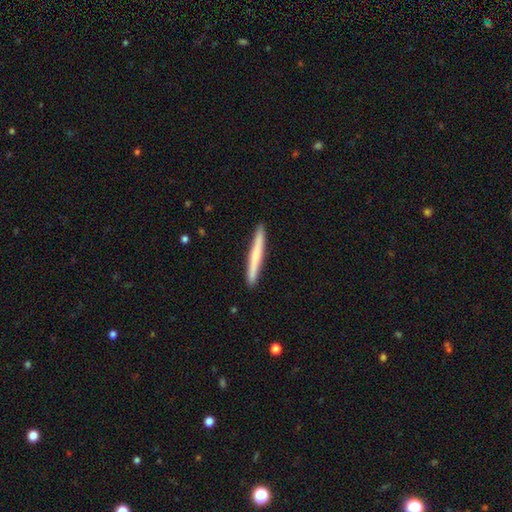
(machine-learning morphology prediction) The model was most divided on "smooth or featured": smooth: 62%, featured or disk: 33%, star or artifact: 5%. More confident: how rounded — cigar-shaped (97%); merging — none (91%).